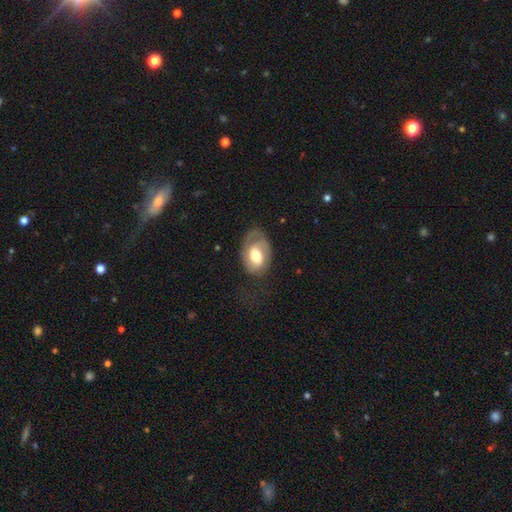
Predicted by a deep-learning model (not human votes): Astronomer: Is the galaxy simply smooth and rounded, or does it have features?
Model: featured or disk — 51% (runner-up: smooth, 43%).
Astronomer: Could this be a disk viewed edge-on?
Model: no — 94%.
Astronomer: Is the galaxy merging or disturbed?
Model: none — 47% (runner-up: minor disturbance, 27%).